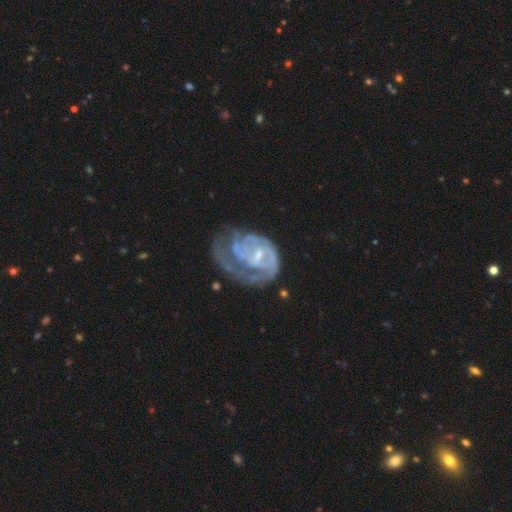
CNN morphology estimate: Smooth or featured? featured or disk (84%)
Edge-on disk? no (98%)
Bar? weak (50%)
Spiral arms? yes (89%)
Spiral winding? tight (50%)
Spiral arm count? 2 (38%)
Bulge size? small (63%)
Merging? major disturbance (38%)